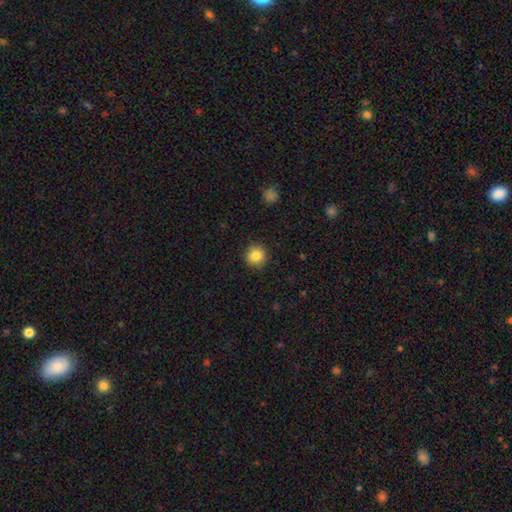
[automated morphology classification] smooth-or-featured: smooth: 85% | star or artifact: 10% | featured or disk: 6%
  how-rounded: round: 93% | in between: 6% | cigar-shaped: 1%
  merging: none: 90% | minor disturbance: 7% | major disturbance: 2% | merger: 1%